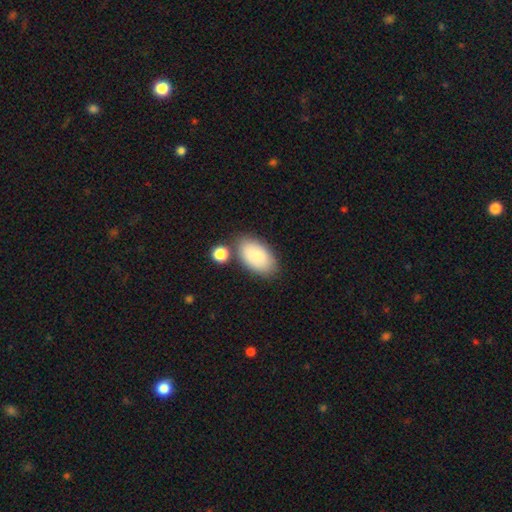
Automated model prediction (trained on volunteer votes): This appears to be a smooth galaxy with no disk features (83%) that is in between round and cigar-shaped (95%). Merging: none (72%).